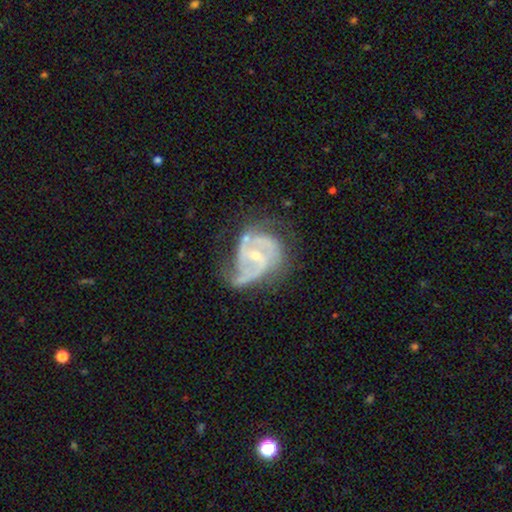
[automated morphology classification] This appears to be a featured or disk galaxy (87%) with no bar (44%), 2 (42%) medium (49%) spiral arms (94%) and a small central bulge (62%). Merging: none (41%).